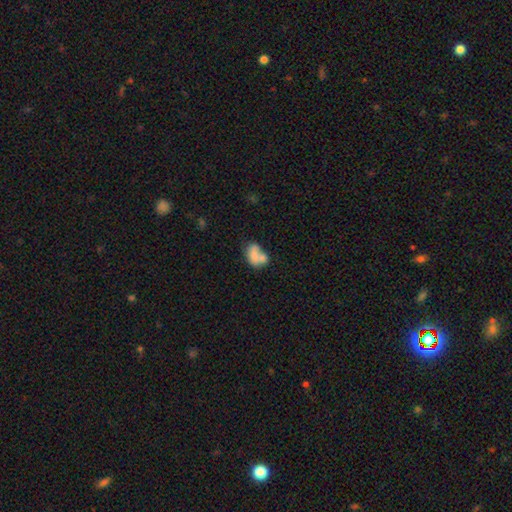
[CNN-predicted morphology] This appears to be a smooth galaxy with no disk features (67%) that is in between round and cigar-shaped (80%). Merging: merger (52%).